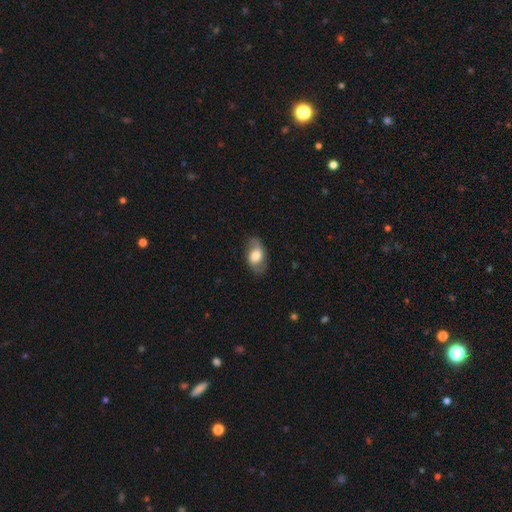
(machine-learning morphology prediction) smooth 53%, featured or disk 40%, star or artifact 7%. Down the decision tree: how rounded — in between (87%); merging — none (71%).